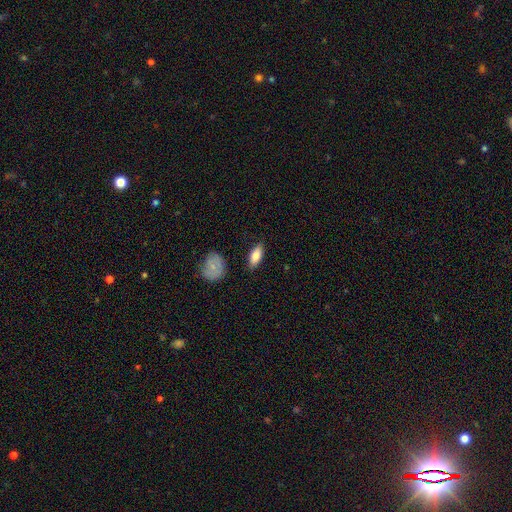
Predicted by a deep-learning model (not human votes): The model was most divided on "how rounded": in between: 78%, cigar-shaped: 19%, round: 3%. More confident: merging — none (84%); smooth or featured — smooth (79%).